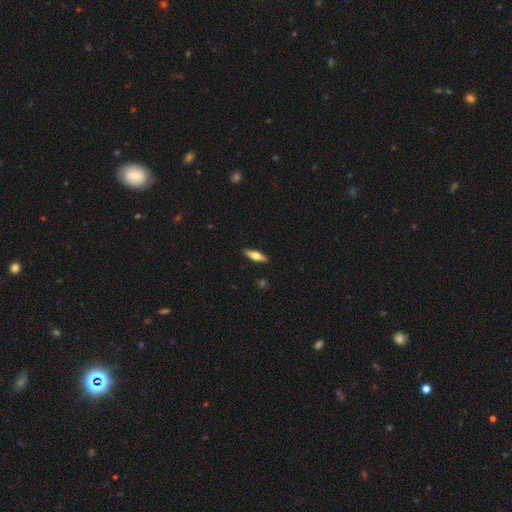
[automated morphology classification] Overall: featured or disk (55%; smooth 39%). Edge-on disk: yes (94%). Edge-on bulge: rounded (94%). Merging: none (90%).